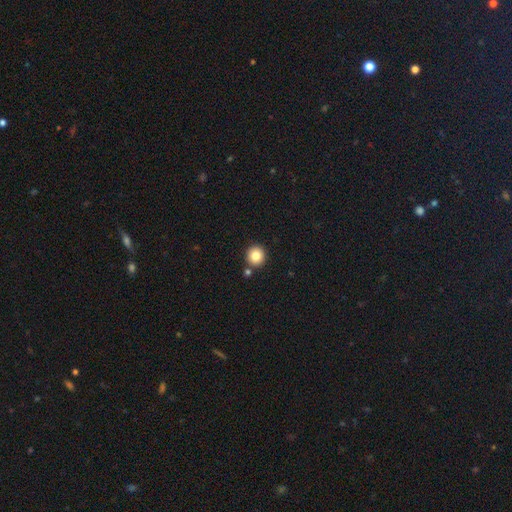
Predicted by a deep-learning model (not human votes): smooth_or_featured: smooth (p=0.82) [alt: star or artifact p=0.10]
how_rounded: round (p=0.92) [alt: in between p=0.07]
merging: none (p=0.83) [alt: merger p=0.09]